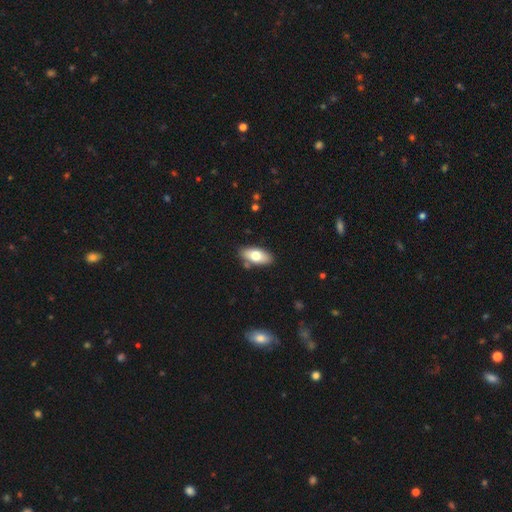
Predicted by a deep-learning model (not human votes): This appears to be a smooth galaxy with no disk features (71%) that is in between round and cigar-shaped (89%). Merging: none (84%).